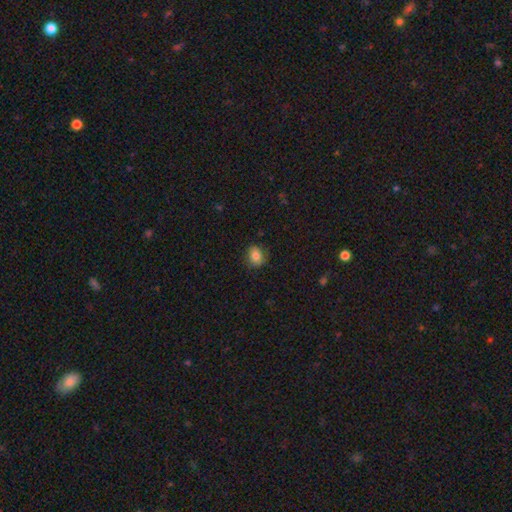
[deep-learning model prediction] This appears to be a smooth galaxy with no disk features (81%) that is round (54%). Merging: none (81%).